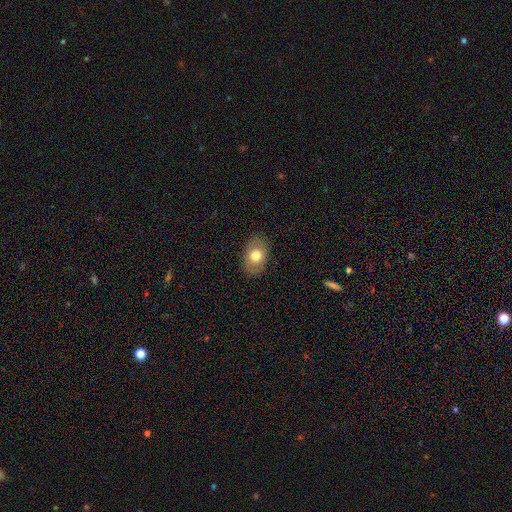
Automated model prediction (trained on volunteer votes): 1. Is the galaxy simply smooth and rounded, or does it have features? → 75% smooth, 17% featured or disk, 8% star or artifact.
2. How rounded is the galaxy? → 80% in between, 19% round, 1% cigar-shaped.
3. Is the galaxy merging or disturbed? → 86% none, 10% minor disturbance, 3% major disturbance, 1% merger.